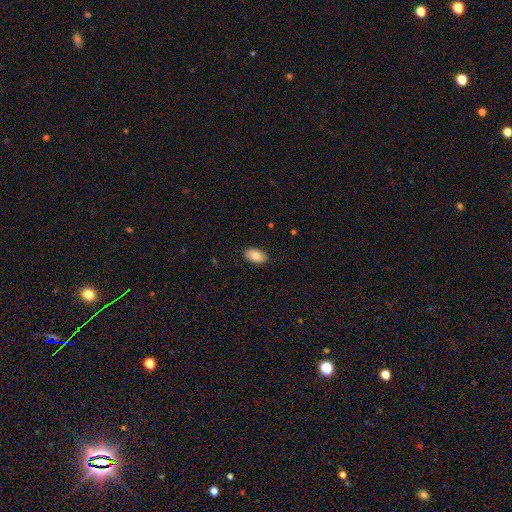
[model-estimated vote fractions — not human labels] Smooth or featured? smooth (81%)
How rounded? in between (94%)
Merging? none (87%)